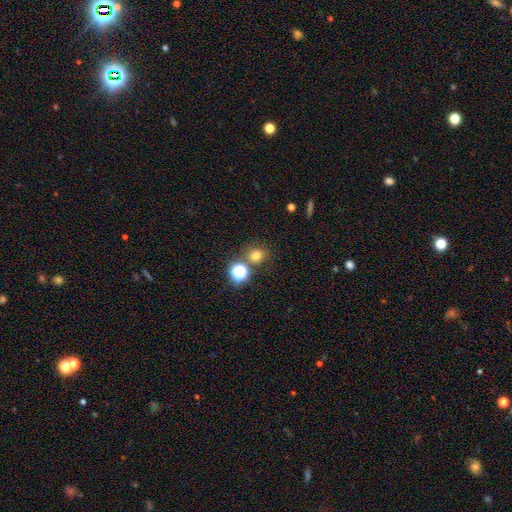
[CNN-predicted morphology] smooth 71%, star or artifact 22%, featured or disk 7%. Down the decision tree: how rounded — round (80%); merging — none (70%).